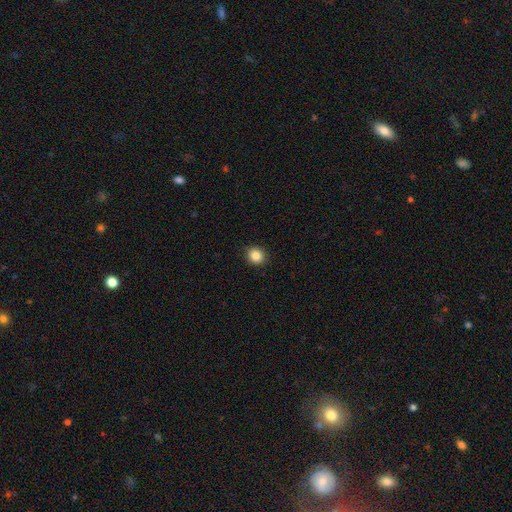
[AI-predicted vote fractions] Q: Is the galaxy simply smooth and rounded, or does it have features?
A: smooth — 85%.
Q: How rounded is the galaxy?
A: round — 86%.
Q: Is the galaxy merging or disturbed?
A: none — 92%.